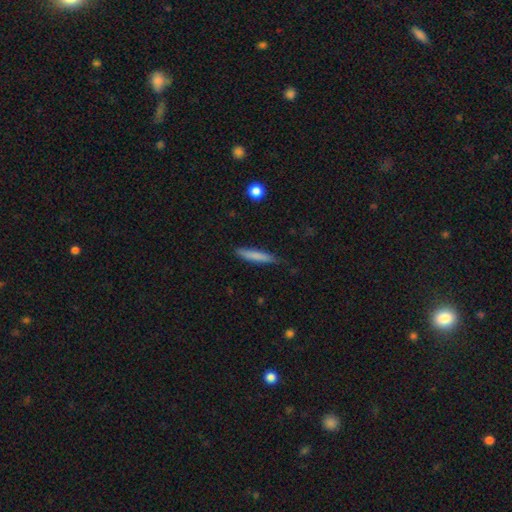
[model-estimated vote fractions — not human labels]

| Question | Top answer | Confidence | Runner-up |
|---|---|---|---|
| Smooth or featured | smooth | 79% | featured or disk (16%) |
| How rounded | cigar-shaped | 91% | in between (8%) |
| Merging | none | 80% | minor disturbance (16%) |